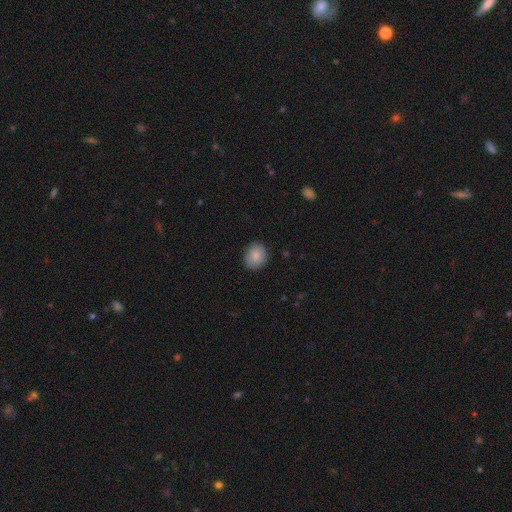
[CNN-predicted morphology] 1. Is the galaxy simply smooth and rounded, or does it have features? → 84% smooth, 9% featured or disk, 7% star or artifact.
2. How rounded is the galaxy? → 73% round, 26% in between, 1% cigar-shaped.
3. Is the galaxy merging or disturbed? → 87% none, 10% minor disturbance, 2% major disturbance, 1% merger.